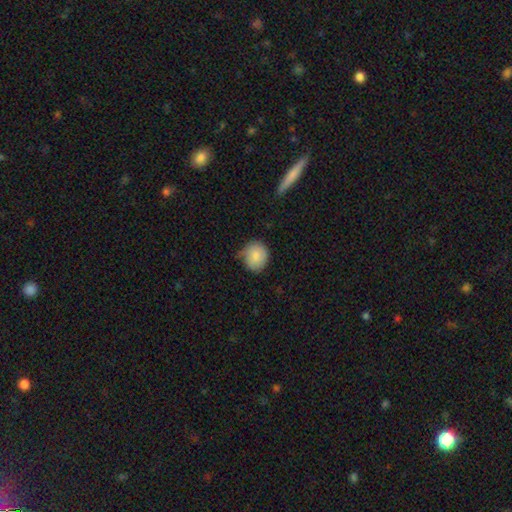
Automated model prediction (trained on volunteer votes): A smooth galaxy with no disk features (85%) that is round (81%).

Vote fractions:
- Smooth or featured? smooth: 85% / star or artifact: 8% / featured or disk: 7%
- How rounded? round: 81% / in between: 18% / cigar-shaped: 1%
- Merging? none: 65% / minor disturbance: 28% / major disturbance: 5% / merger: 2%